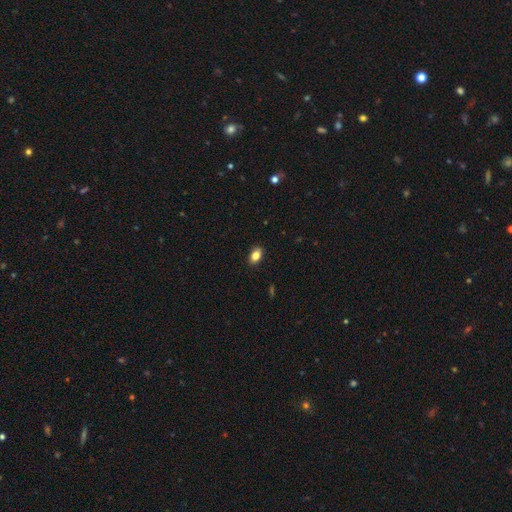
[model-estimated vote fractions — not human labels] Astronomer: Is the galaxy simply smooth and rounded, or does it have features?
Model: smooth — 83%.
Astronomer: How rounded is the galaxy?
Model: in between — 86%.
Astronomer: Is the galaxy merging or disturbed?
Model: none — 89%.